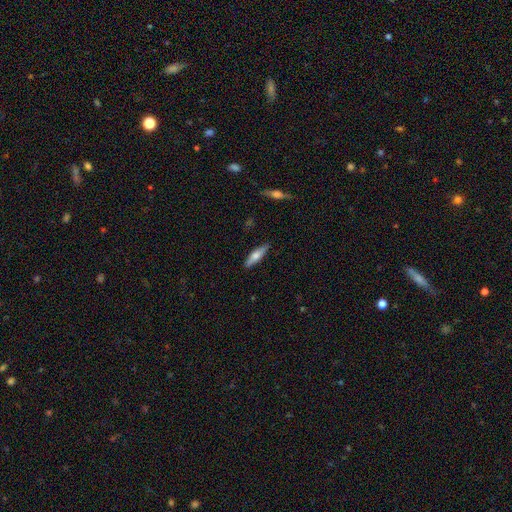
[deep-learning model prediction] A smooth galaxy with no disk features (56%) that is cigar-shaped (69%). Merging: none (87%).